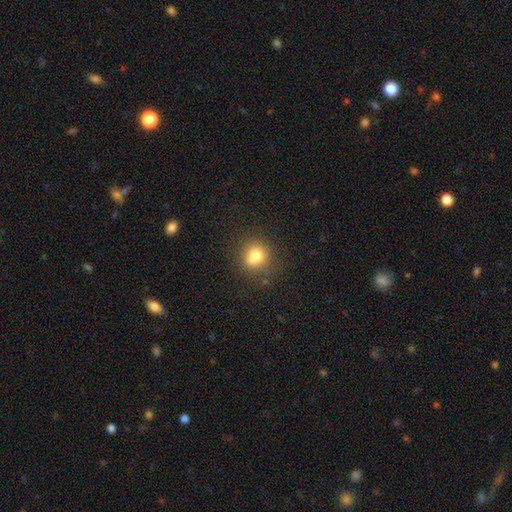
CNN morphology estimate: Smooth or featured?
  - smooth: 76% *
  - star or artifact: 13%
  - featured or disk: 11%
How rounded?
  - round: 79% *
  - in between: 20%
  - cigar-shaped: 1%
Merging?
  - none: 65% *
  - minor disturbance: 18%
  - merger: 11%
  - major disturbance: 6%